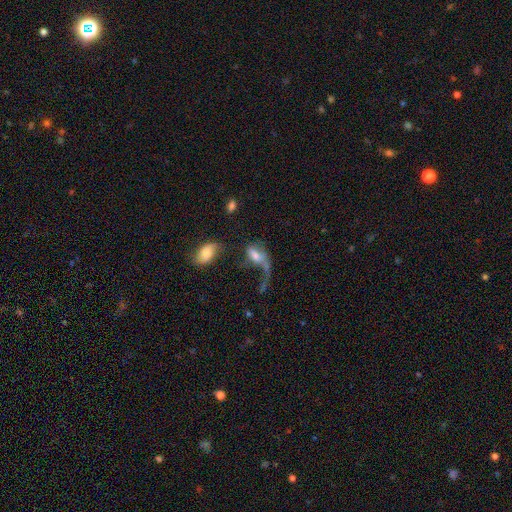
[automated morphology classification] smooth_or_featured: smooth (p=0.48) [alt: featured or disk p=0.41]
merging: major disturbance (p=0.50) [alt: merger p=0.24]